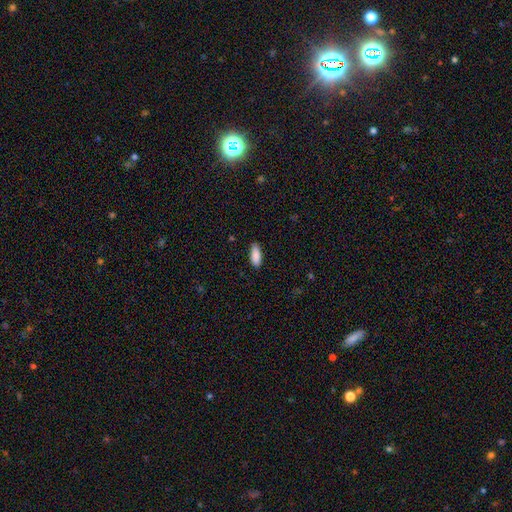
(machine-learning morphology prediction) type=smooth (90%); roundness=in between (79%); merging=none (85%).